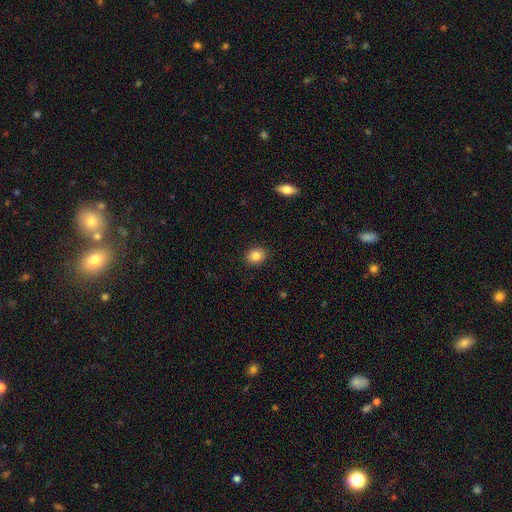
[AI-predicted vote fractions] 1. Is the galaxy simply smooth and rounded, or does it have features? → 85% smooth, 9% star or artifact, 6% featured or disk.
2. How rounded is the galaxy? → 60% round, 39% in between, 1% cigar-shaped.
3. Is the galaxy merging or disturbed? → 90% none, 7% minor disturbance, 2% major disturbance, 1% merger.